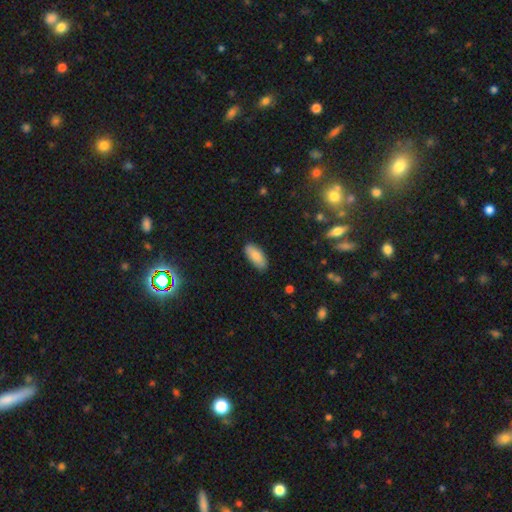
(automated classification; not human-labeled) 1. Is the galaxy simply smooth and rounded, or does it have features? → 85% smooth, 9% featured or disk, 7% star or artifact.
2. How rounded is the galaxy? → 88% in between, 10% cigar-shaped, 2% round.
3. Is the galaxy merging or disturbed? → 85% none, 12% minor disturbance, 2% major disturbance, 1% merger.